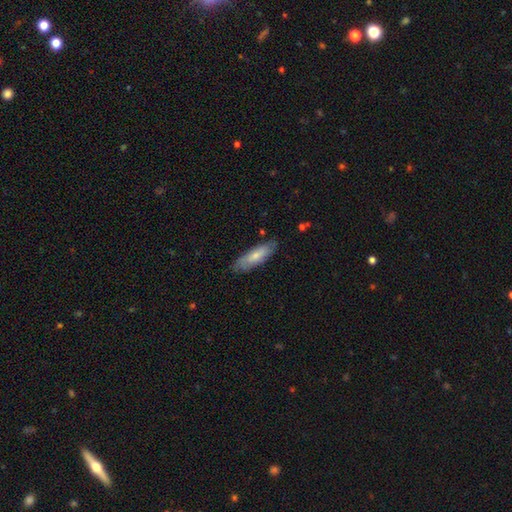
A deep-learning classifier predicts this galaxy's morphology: Smooth or featured: smooth — 66% (featured or disk — 29%)
How rounded: cigar-shaped — 51% (in between — 47%)
Merging: none — 78% (minor disturbance — 17%)